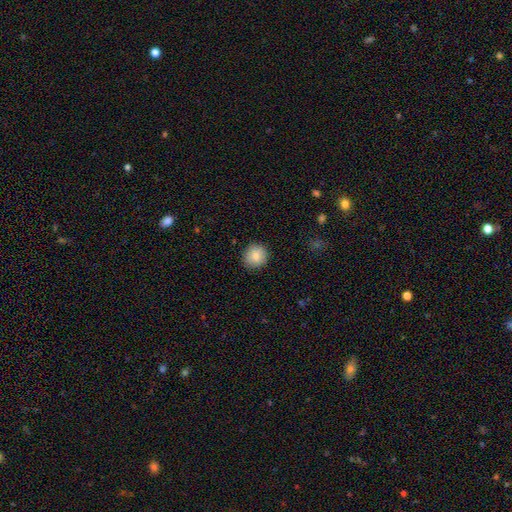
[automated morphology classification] type=smooth (84%); roundness=round (92%); merging=none (90%).